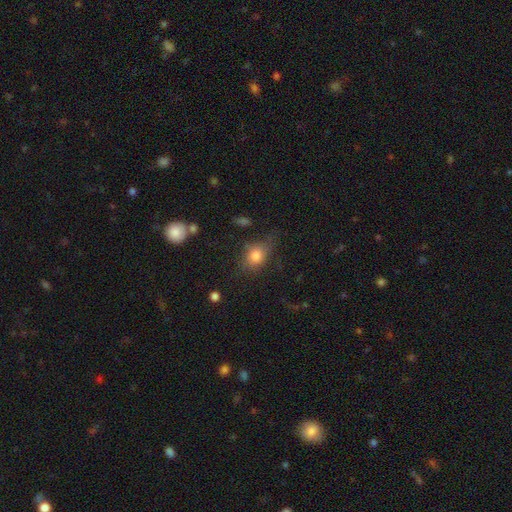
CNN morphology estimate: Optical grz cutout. It shows a smooth galaxy with no disk features (78%) that is in between round and cigar-shaped (50%). Merging: none (60%).